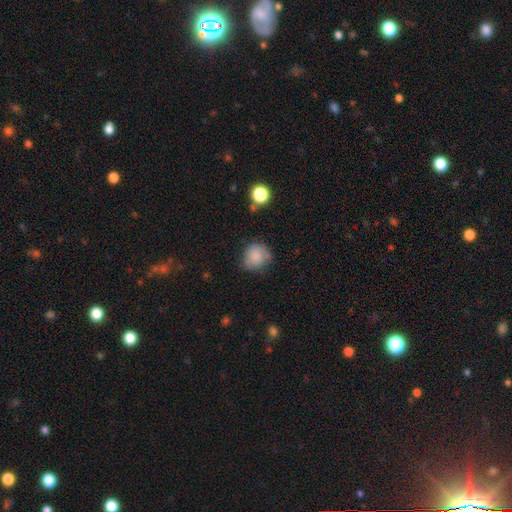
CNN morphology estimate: Smooth or featured? Predicted: smooth (p=0.81). How rounded? Predicted: round (p=0.76). Merging? Predicted: none (p=0.58).